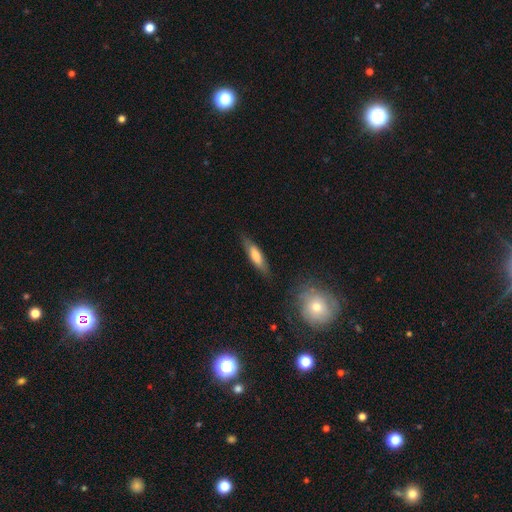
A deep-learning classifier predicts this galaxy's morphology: Smooth or featured: smooth — 66% (featured or disk — 28%)
How rounded: cigar-shaped — 65% (in between — 33%)
Merging: none — 79% (minor disturbance — 16%)